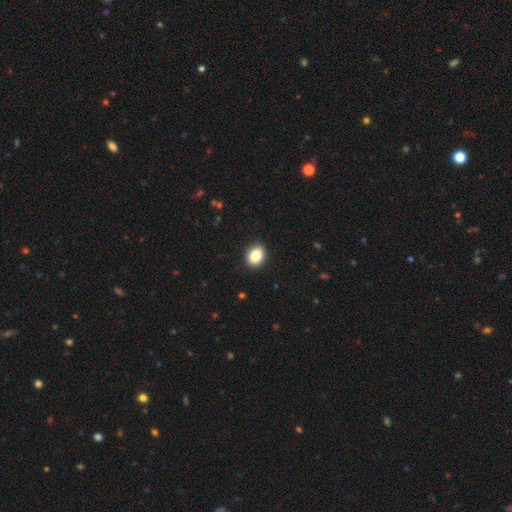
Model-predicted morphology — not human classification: The model was most divided on "how rounded": in between: 66%, round: 33%, cigar-shaped: 1%. More confident: merging — none (91%); smooth or featured — smooth (86%).